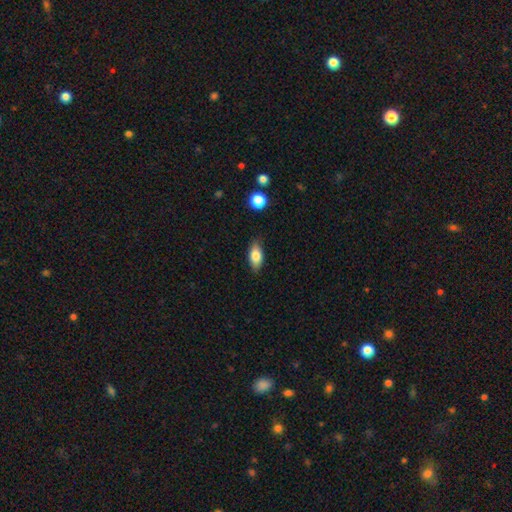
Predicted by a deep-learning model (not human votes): This is likely a smooth galaxy (79%). How rounded: clearly in between (86%). Merging: clearly none (83%).